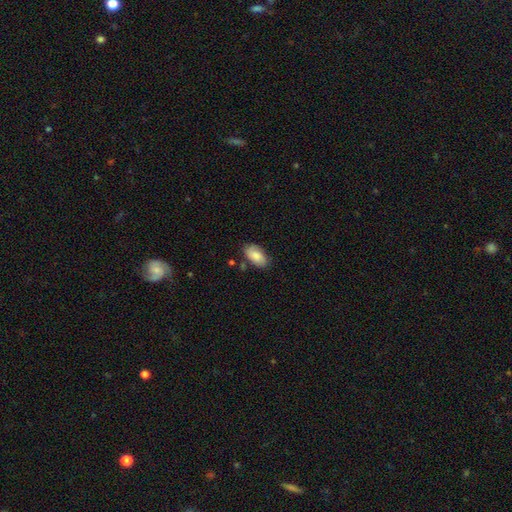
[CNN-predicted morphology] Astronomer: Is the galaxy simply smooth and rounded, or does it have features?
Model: smooth — 81%.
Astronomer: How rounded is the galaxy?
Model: in between — 94%.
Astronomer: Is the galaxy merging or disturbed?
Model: none — 76%.